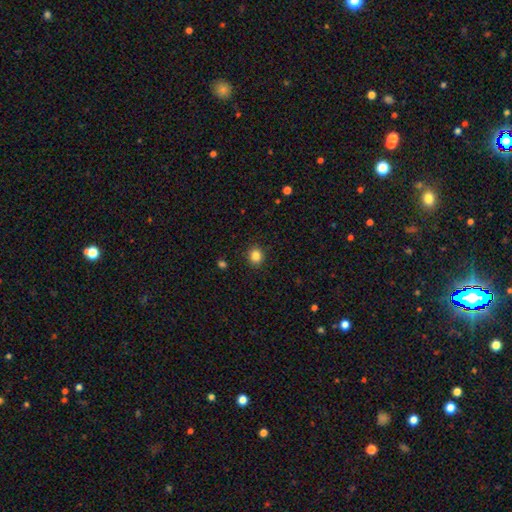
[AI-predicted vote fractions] A smooth galaxy with no disk features (85%) that is round (79%). Merging: none (90%).